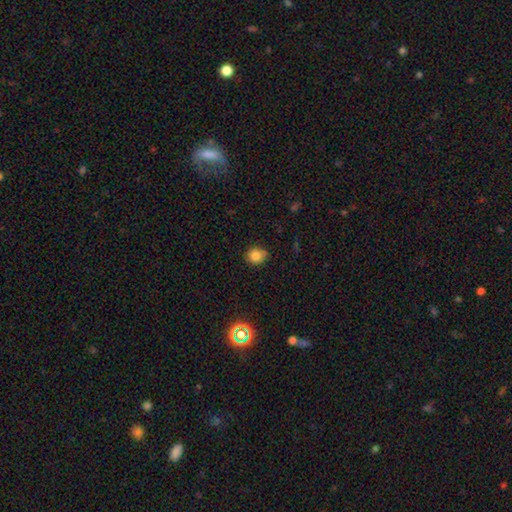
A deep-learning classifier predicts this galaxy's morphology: Smooth or featured?
  - smooth: 82% *
  - star or artifact: 12%
  - featured or disk: 6%
How rounded?
  - round: 81% *
  - in between: 18%
  - cigar-shaped: 1%
Merging?
  - none: 78% *
  - minor disturbance: 17%
  - major disturbance: 3%
  - merger: 2%